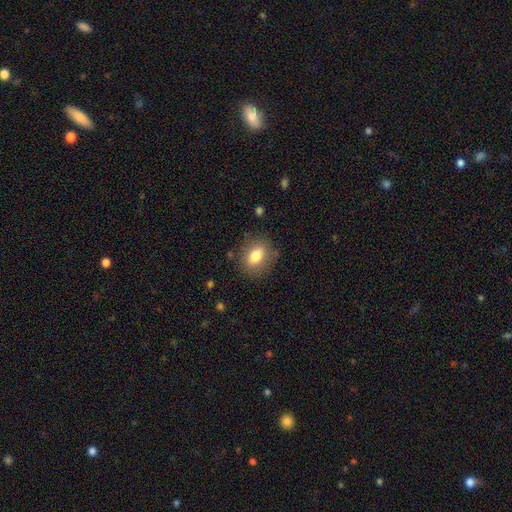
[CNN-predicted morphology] This is likely a smooth galaxy (75%). How rounded: likely in between (62%). Merging: clearly none (82%).